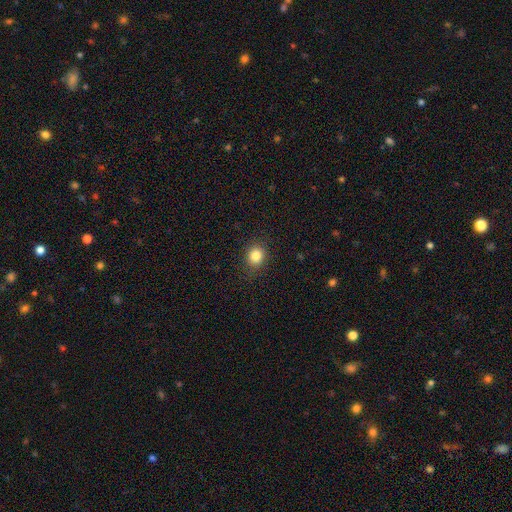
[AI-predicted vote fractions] A smooth galaxy with no disk features (83%) that is round (73%).

Vote fractions:
- Smooth or featured? smooth: 83% / star or artifact: 11% / featured or disk: 6%
- How rounded? round: 73% / in between: 26% / cigar-shaped: 1%
- Merging? none: 86% / minor disturbance: 10% / major disturbance: 3% / merger: 1%